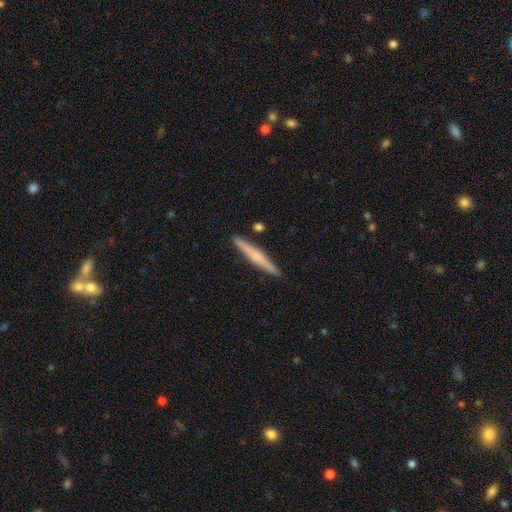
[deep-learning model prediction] smooth-or-featured: featured or disk: 51% | smooth: 43% | star or artifact: 6%
  disk-edge-on: yes: 97% | no: 3%
    edge-on-bulge: rounded: 61% | none: 29% | boxy: 10%
  merging: none: 90% | minor disturbance: 7% | merger: 2% | major disturbance: 1%